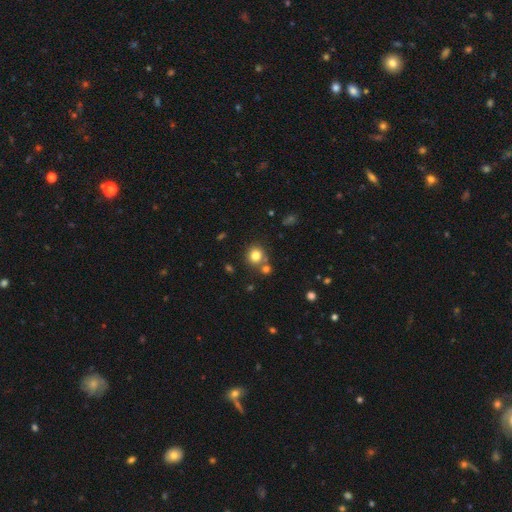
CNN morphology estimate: Smooth or featured?
  - smooth: 80% *
  - star or artifact: 12%
  - featured or disk: 8%
How rounded?
  - round: 85% *
  - in between: 15%
  - cigar-shaped: 1%
Merging?
  - none: 67% *
  - merger: 20%
  - minor disturbance: 10%
  - major disturbance: 4%